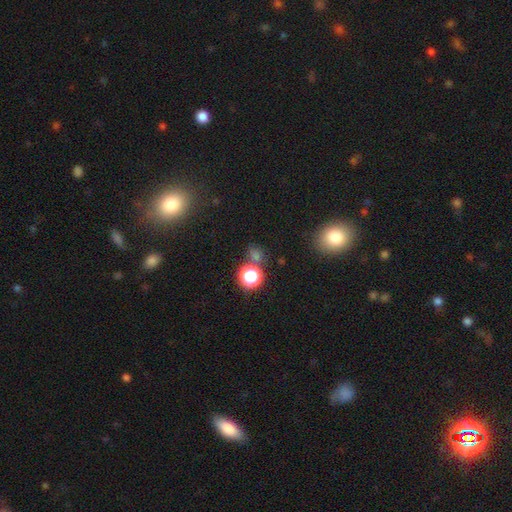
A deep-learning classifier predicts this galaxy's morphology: This appears to be a smooth galaxy with no disk features (48%). Merging: none (75%).